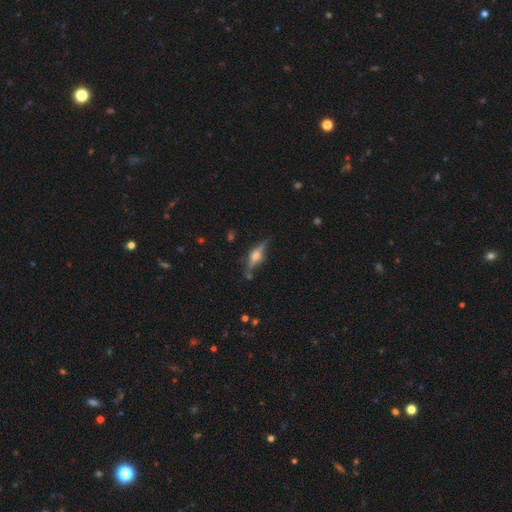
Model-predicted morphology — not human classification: smooth_or_featured: featured or disk (p=0.73) [alt: smooth p=0.18]
disk_edge_on: yes (p=0.96) [alt: no p=0.04]
edge_on_bulge: rounded (p=0.90) [alt: boxy p=0.08]
merging: none (p=0.79) [alt: minor disturbance p=0.14]